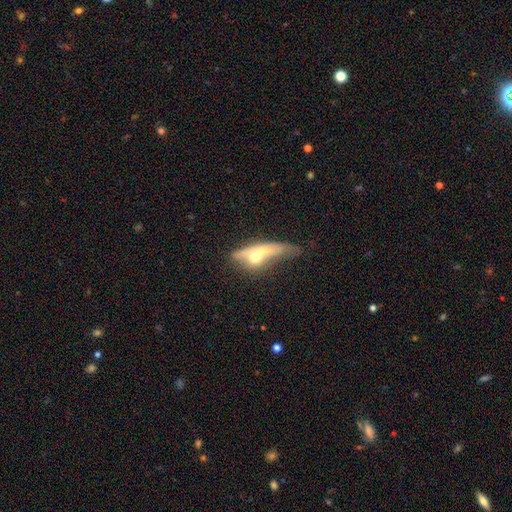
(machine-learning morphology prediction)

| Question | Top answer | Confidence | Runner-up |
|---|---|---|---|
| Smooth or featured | smooth | 49% | featured or disk (43%) |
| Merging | merger | 51% | none (18%) |